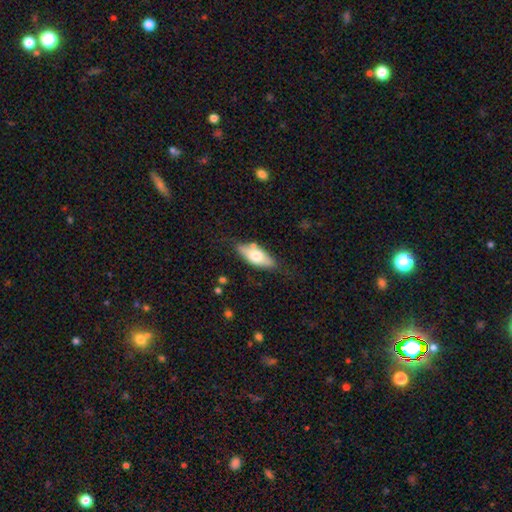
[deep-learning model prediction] This is possibly a smooth galaxy (60%). How rounded: likely in between (75%). Merging: likely none (71%).